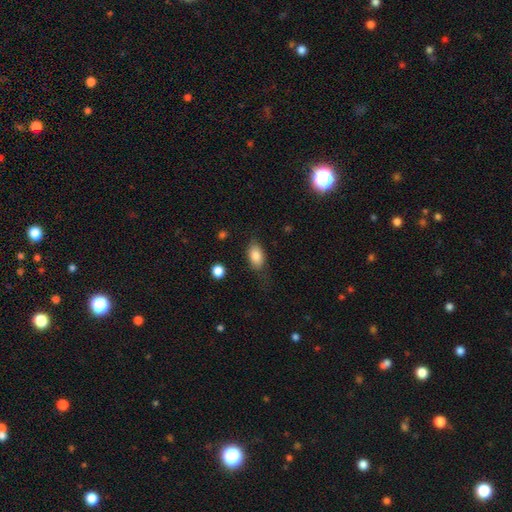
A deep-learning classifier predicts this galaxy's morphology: Smooth or featured? Predicted: smooth (p=0.84). How rounded? Predicted: in between (p=0.89). Merging? Predicted: none (p=0.71).